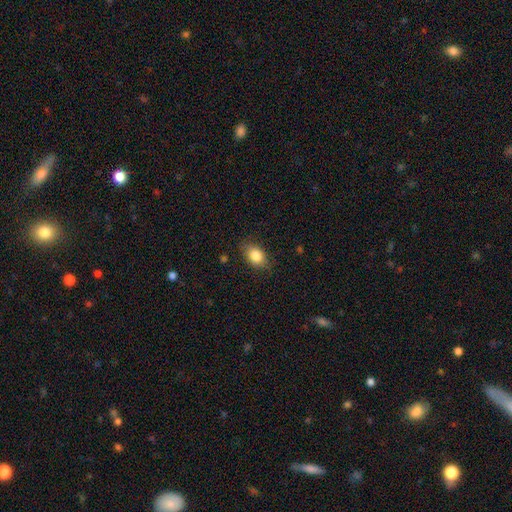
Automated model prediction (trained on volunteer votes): The model was most divided on "how rounded": in between: 78%, round: 20%, cigar-shaped: 2%. More confident: smooth or featured — smooth (85%); merging — none (81%).